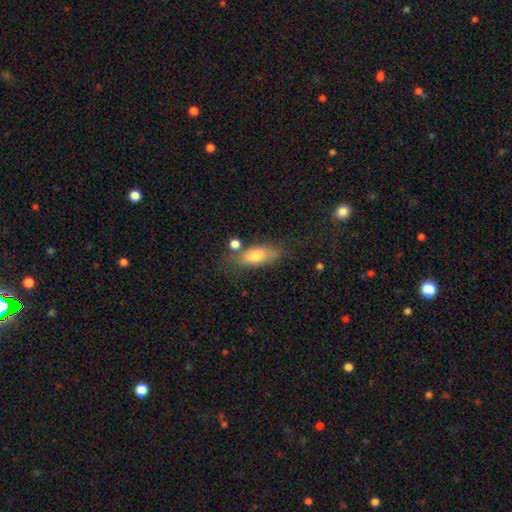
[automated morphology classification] A smooth galaxy with no disk features (75%) that is in between round and cigar-shaped (78%). Merging: none (61%).